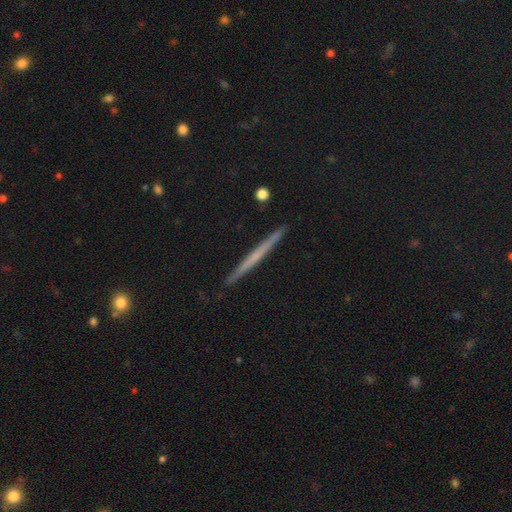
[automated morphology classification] This is possibly a featured or disk galaxy (54%). It is clearly viewed edge-on (98%). Edge-on bulge: clearly none (87%). Merging: clearly none (91%).